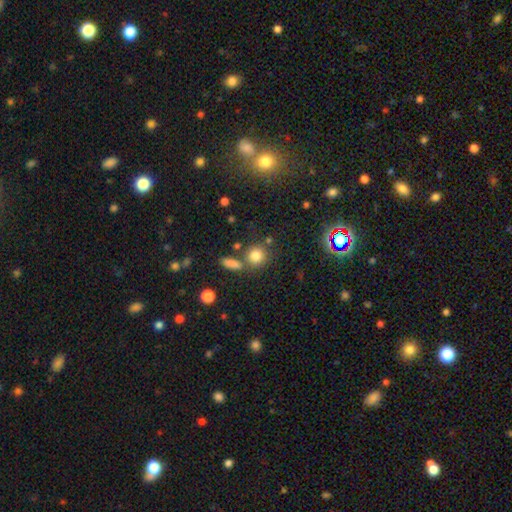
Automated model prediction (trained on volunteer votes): This is likely a smooth galaxy (79%). How rounded: clearly round (85%). Merging: likely none (70%).